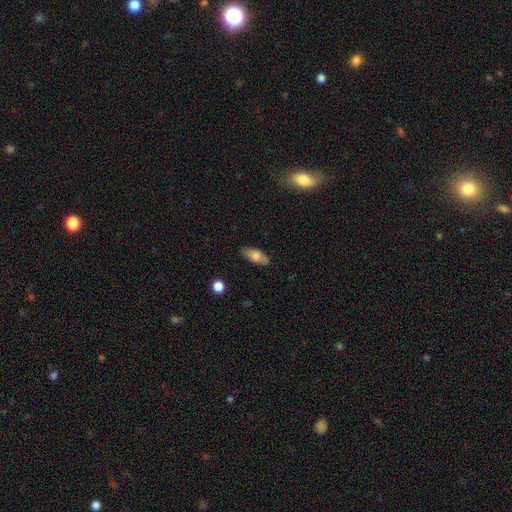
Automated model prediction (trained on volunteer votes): smooth_or_featured: smooth (p=0.70) [alt: featured or disk p=0.23]
how_rounded: in between (p=0.76) [alt: cigar-shaped p=0.21]
merging: none (p=0.84) [alt: minor disturbance p=0.12]